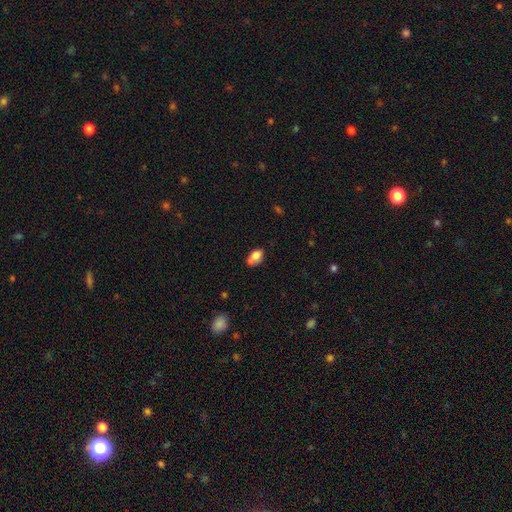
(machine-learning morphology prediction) type=smooth (75%); roundness=in between (86%); merging=none (47%).